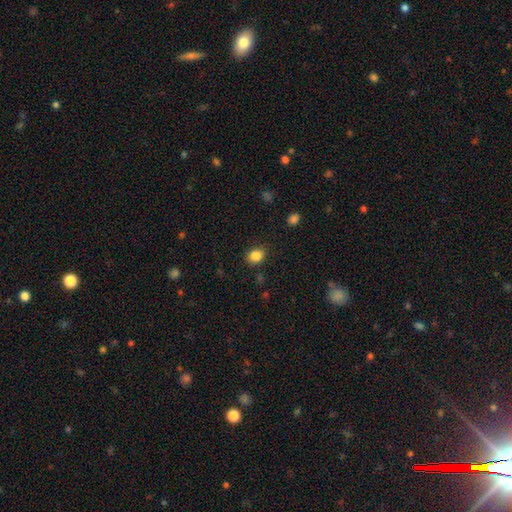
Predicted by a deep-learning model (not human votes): Morphology: type=smooth (86%); roundness=in between (55%); merging=none (82%).